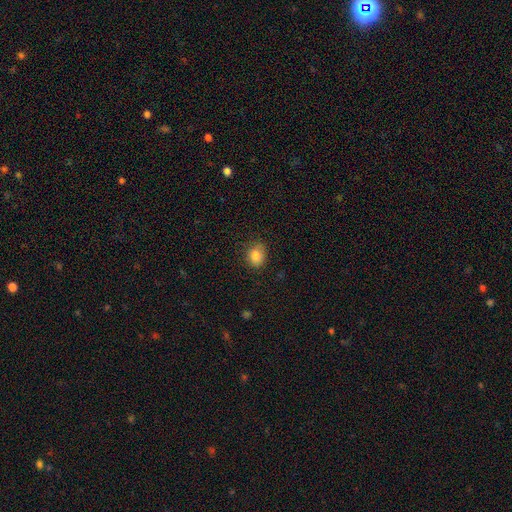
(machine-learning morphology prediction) A smooth galaxy with no disk features (85%) that is round (55%).

Vote fractions:
- Smooth or featured? smooth: 85% / star or artifact: 10% / featured or disk: 5%
- How rounded? round: 55% / in between: 44% / cigar-shaped: 1%
- Merging? none: 81% / minor disturbance: 15% / major disturbance: 3% / merger: 1%